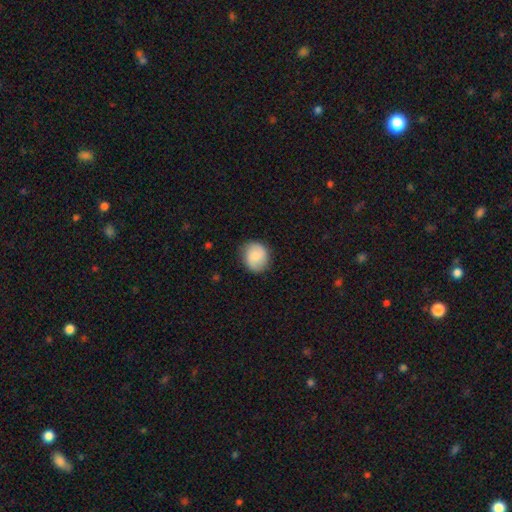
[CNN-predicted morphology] type=smooth (72%); roundness=round (77%); merging=none (81%).